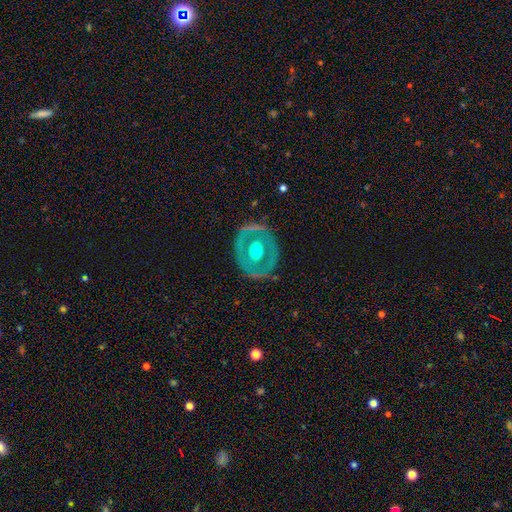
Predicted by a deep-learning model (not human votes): featured or disk 68%, smooth 26%, star or artifact 6%. Down the decision tree: edge-on disk — no (93%); bar — no (73%); spiral arms — no (79%); bulge size — moderate (72%); merging — none (78%).